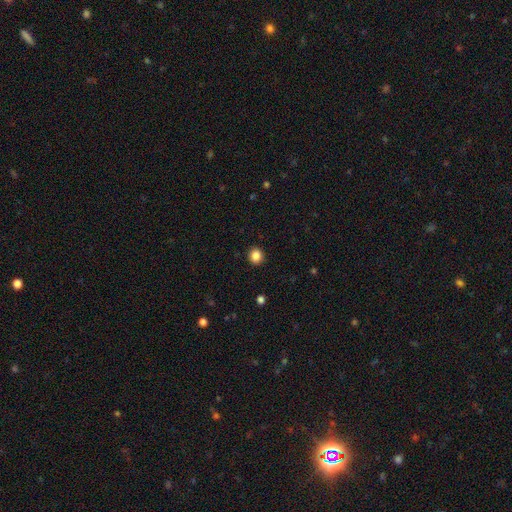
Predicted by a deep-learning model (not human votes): smooth-or-featured: smooth: 86% | star or artifact: 10% | featured or disk: 4%
  how-rounded: round: 80% | in between: 19% | cigar-shaped: 1%
  merging: none: 91% | minor disturbance: 6% | major disturbance: 2% | merger: 1%